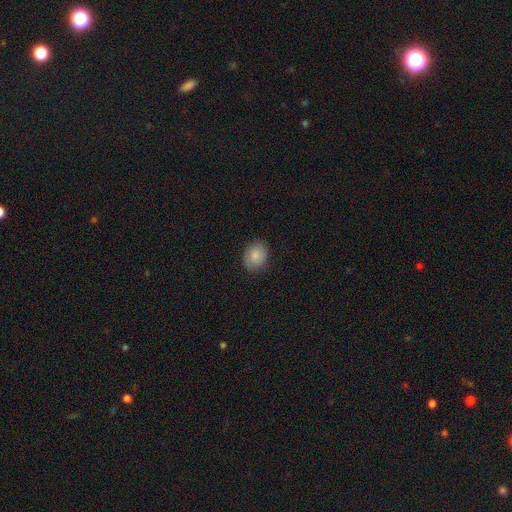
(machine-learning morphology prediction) A smooth galaxy with no disk features (77%) that is round (56%). Merging: none (82%).